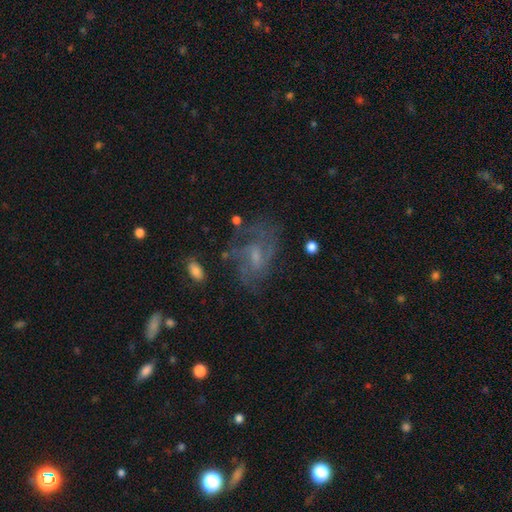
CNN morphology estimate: smooth_or_featured: featured or disk (p=0.71) [alt: smooth p=0.17]
disk_edge_on: no (p=0.96) [alt: yes p=0.04]
bar: weak (p=0.52) [alt: no p=0.38]
has_spiral_arms: yes (p=0.81) [alt: no p=0.19]
spiral_winding: medium (p=0.45) [alt: tight p=0.28]
spiral_arm_count: can't tell (p=0.39) [alt: 2 p=0.29]
bulge_size: small (p=0.48) [alt: moderate p=0.29]
merging: none (p=0.58) [alt: minor disturbance p=0.19]